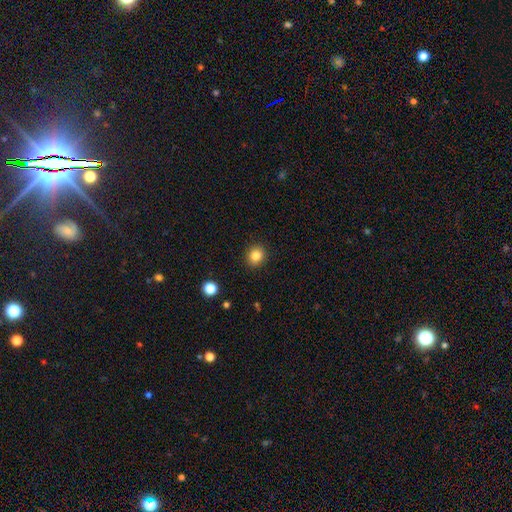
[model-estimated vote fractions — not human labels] Smooth or featured? smooth (84%)
How rounded? round (78%)
Merging? none (91%)